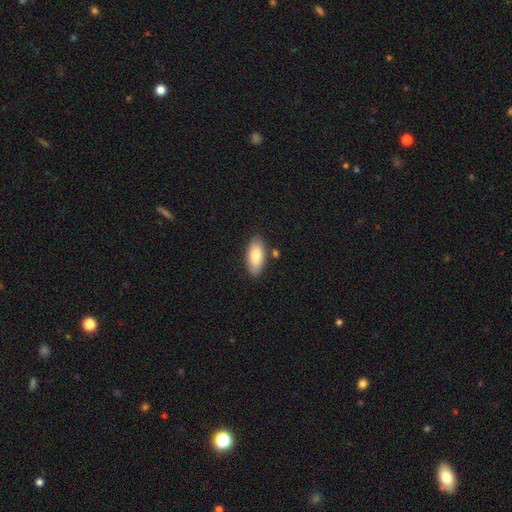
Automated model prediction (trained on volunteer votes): Morphology: type=smooth (81%); roundness=in between (88%); merging=none (81%).